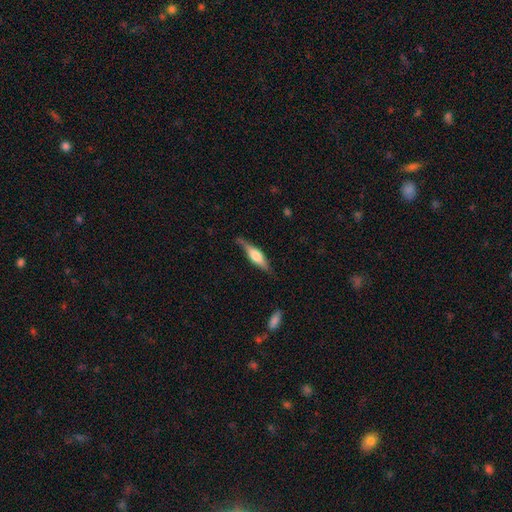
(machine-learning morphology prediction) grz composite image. It shows a featured or disk galaxy (53%) viewed edge-on (93%). Merging: none (74%).